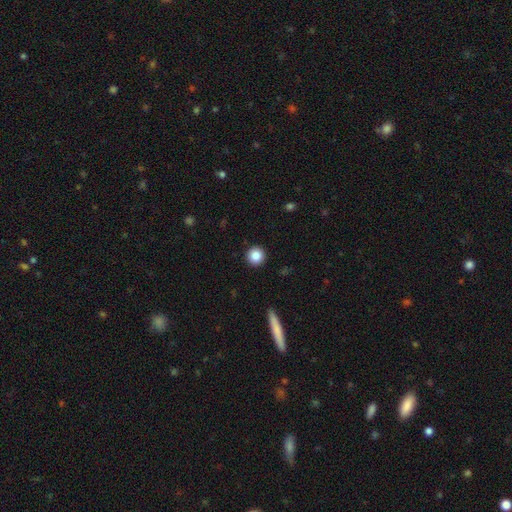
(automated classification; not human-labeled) This is clearly a smooth galaxy (87%). How rounded: clearly round (95%). Merging: clearly none (92%).